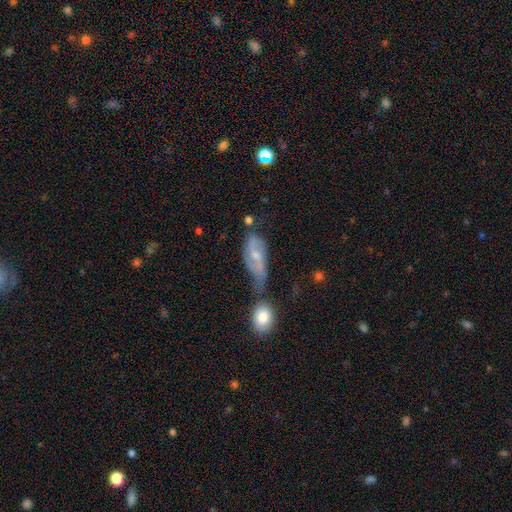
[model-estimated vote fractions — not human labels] Smooth or featured: featured or disk — 64% (smooth — 27%)
Edge-on disk: no — 90% (yes — 10%)
Bar: weak — 46% (no — 36%)
Spiral arms: yes — 85% (no — 15%)
Bulge size: small — 55% (moderate — 37%)
Merging: none — 37% (minor disturbance — 26%)